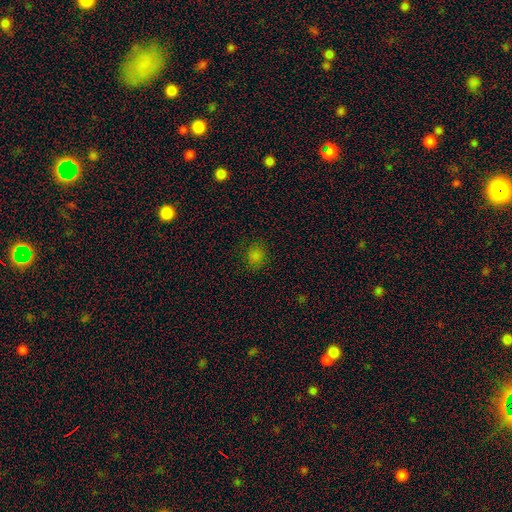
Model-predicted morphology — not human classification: Smooth or featured? Predicted: smooth (p=0.79). How rounded? Predicted: round (p=0.72). Merging? Predicted: none (p=0.85).